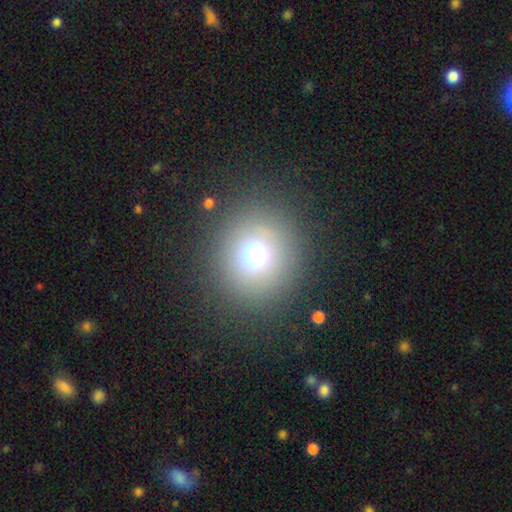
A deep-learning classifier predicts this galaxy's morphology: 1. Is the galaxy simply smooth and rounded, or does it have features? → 66% smooth, 24% star or artifact, 10% featured or disk.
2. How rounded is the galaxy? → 90% round, 9% in between, 1% cigar-shaped.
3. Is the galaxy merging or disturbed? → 86% none, 7% minor disturbance, 5% major disturbance, 2% merger.